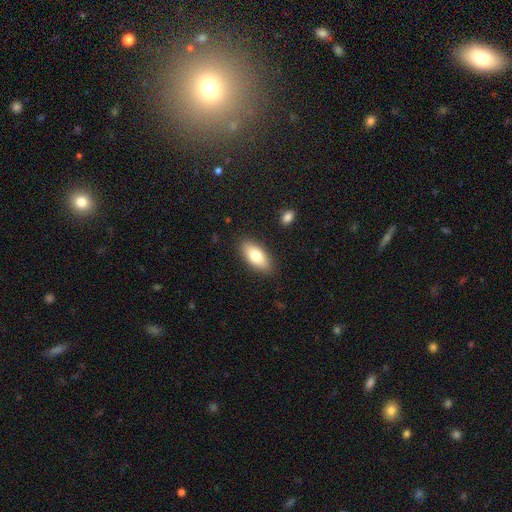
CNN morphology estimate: This appears to be a smooth galaxy with no disk features (78%) that is in between round and cigar-shaped (86%). Merging: none (86%).